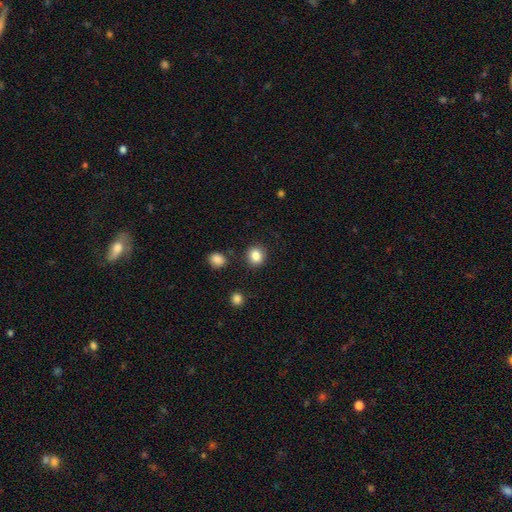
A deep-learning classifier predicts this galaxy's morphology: Smooth or featured? Predicted: smooth (p=0.84). How rounded? Predicted: round (p=0.84). Merging? Predicted: none (p=0.87).